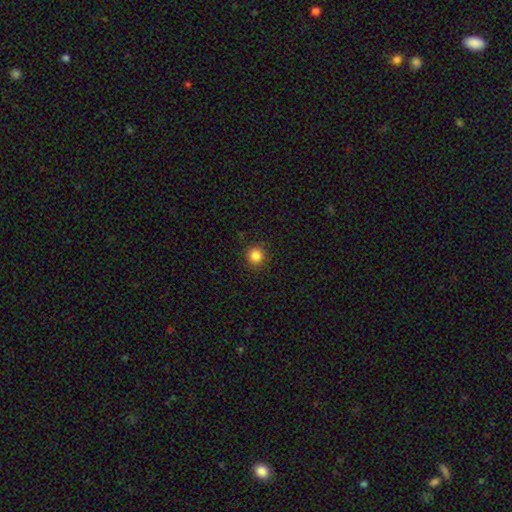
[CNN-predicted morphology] smooth-or-featured: smooth: 85% | star or artifact: 11% | featured or disk: 4%
  how-rounded: round: 93% | in between: 6% | cigar-shaped: 1%
  merging: none: 91% | minor disturbance: 6% | major disturbance: 2% | merger: 1%